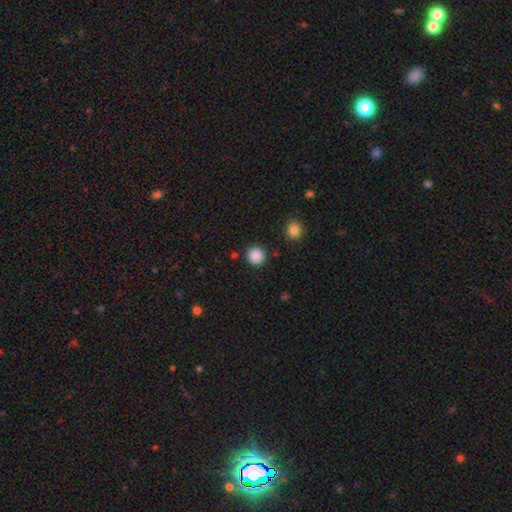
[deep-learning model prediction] The model was most divided on "smooth or featured": smooth: 88%, star or artifact: 9%, featured or disk: 3%. More confident: how rounded — round (94%); merging — none (90%).